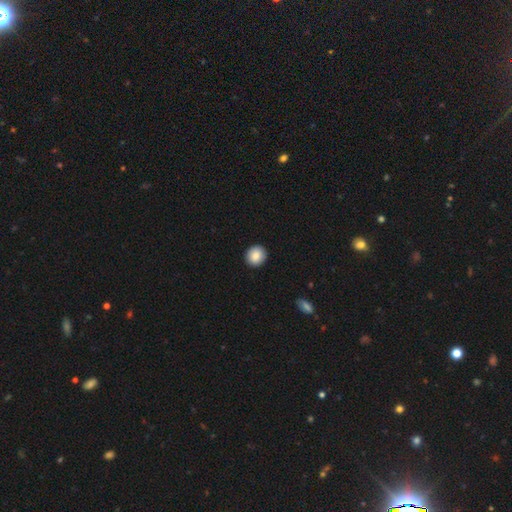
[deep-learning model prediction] A smooth galaxy with no disk features (86%) that is round (88%).

Vote fractions:
- Smooth or featured? smooth: 86% / star or artifact: 8% / featured or disk: 6%
- How rounded? round: 88% / in between: 11% / cigar-shaped: 1%
- Merging? none: 92% / minor disturbance: 5% / major disturbance: 1% / merger: 1%